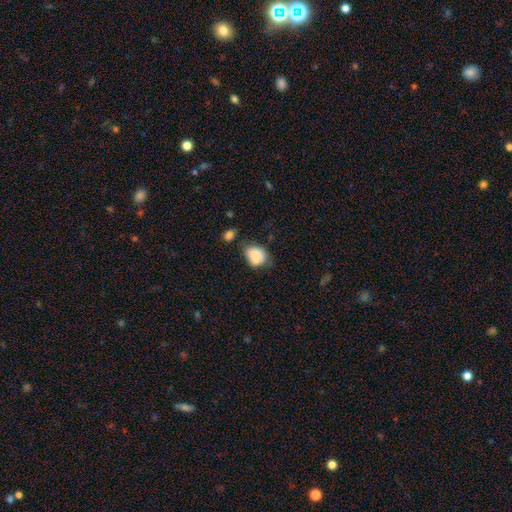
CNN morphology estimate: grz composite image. It shows a smooth galaxy with no disk features (79%) that is in between round and cigar-shaped (60%). Merging: none (44%).